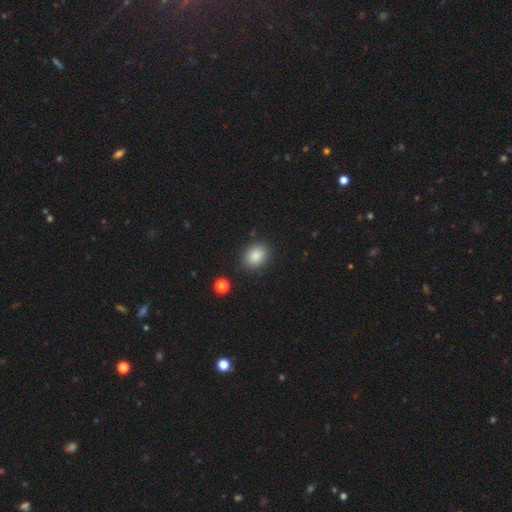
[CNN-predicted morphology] A smooth galaxy with no disk features (87%) that is in between round and cigar-shaped (58%). Merging: none (86%).